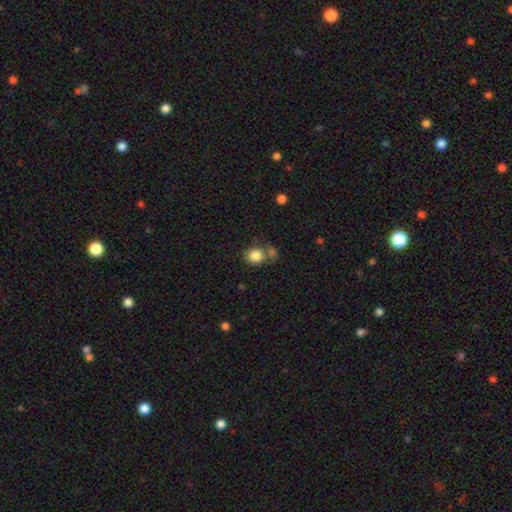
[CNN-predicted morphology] This is clearly a smooth galaxy (84%). How rounded: likely round (72%). Merging: possibly none (57%).